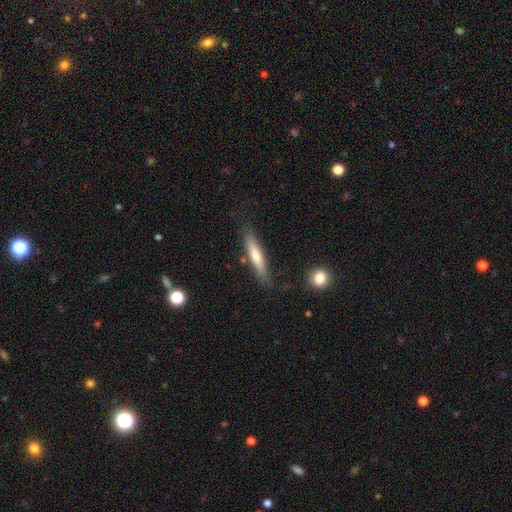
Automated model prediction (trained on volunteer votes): Overall: smooth (60%; featured or disk 34%). How rounded: cigar-shaped (89%). Merging: none (80%).